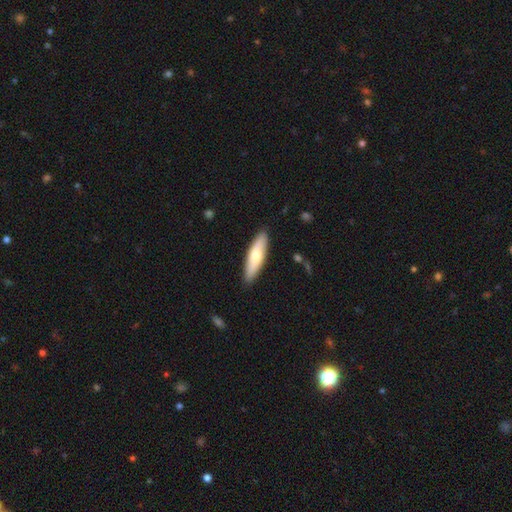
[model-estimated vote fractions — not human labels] A smooth galaxy with no disk features (64%) that is cigar-shaped (63%).

Vote fractions:
- Smooth or featured? smooth: 64% / featured or disk: 31% / star or artifact: 5%
- How rounded? cigar-shaped: 63% / in between: 35% / round: 2%
- Merging? none: 88% / minor disturbance: 10% / major disturbance: 2% / merger: 1%